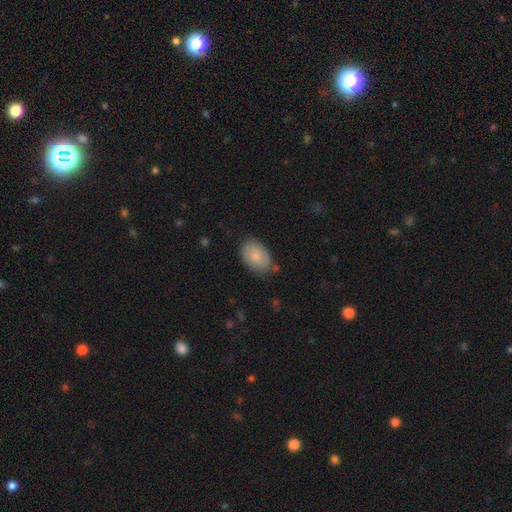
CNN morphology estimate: smooth-or-featured: smooth: 74% | featured or disk: 19% | star or artifact: 6%
  how-rounded: in between: 89% | round: 10% | cigar-shaped: 1%
  merging: none: 75% | minor disturbance: 19% | major disturbance: 4% | merger: 2%